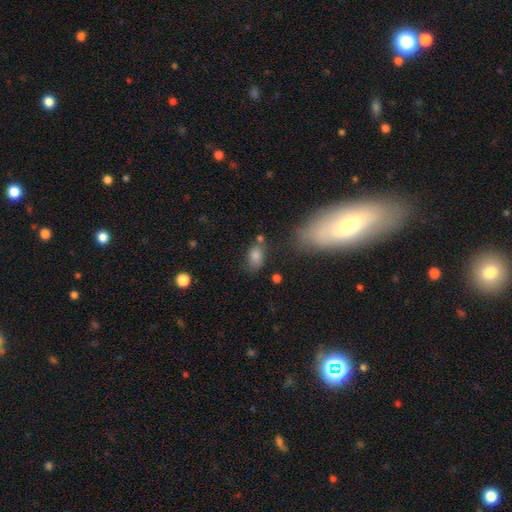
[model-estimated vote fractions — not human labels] This is likely a smooth galaxy (80%). How rounded: clearly in between (84%). Merging: possibly none (59%).